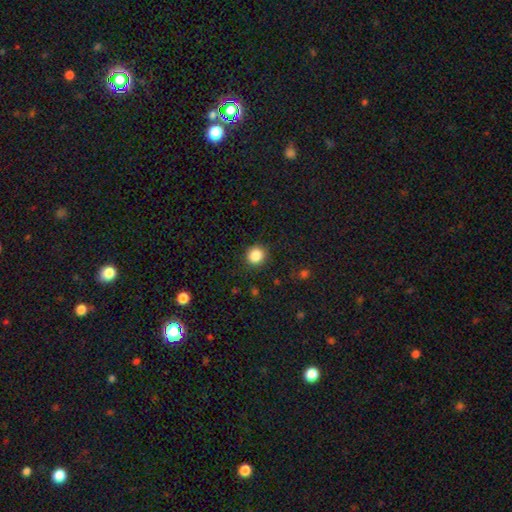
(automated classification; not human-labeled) smooth_or_featured: smooth (p=0.86) [alt: star or artifact p=0.10]
how_rounded: round (p=0.88) [alt: in between p=0.11]
merging: none (p=0.90) [alt: minor disturbance p=0.07]